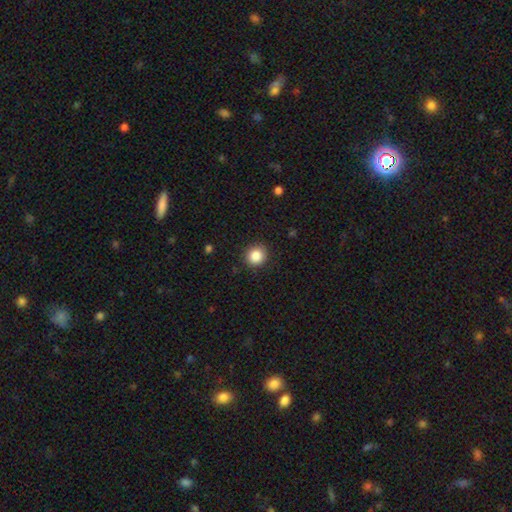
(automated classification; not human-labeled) Smooth or featured? Predicted: smooth (p=0.86). How rounded? Predicted: round (p=0.87). Merging? Predicted: none (p=0.90).